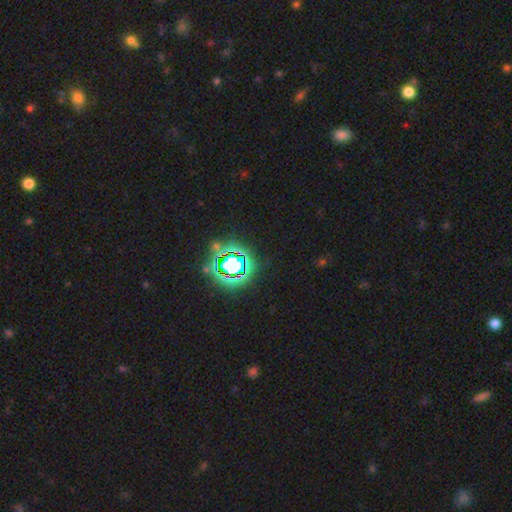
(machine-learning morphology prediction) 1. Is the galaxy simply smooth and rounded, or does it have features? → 80% star or artifact, 13% smooth, 6% featured or disk.